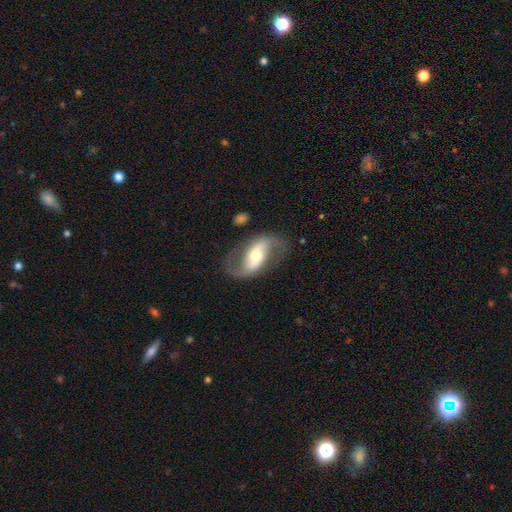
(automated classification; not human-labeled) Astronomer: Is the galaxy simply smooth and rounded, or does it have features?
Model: featured or disk — 83%.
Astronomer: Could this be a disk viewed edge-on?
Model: no — 95%.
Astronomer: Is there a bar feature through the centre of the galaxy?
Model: strong — 37% (runner-up: weak, 32%).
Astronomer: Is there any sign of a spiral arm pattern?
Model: yes — 91%.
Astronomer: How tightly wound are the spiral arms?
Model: loose — 56% (runner-up: medium, 34%).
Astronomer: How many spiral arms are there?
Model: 2 — 92%.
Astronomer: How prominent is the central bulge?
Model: moderate — 60%.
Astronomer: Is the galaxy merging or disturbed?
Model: none — 75%.